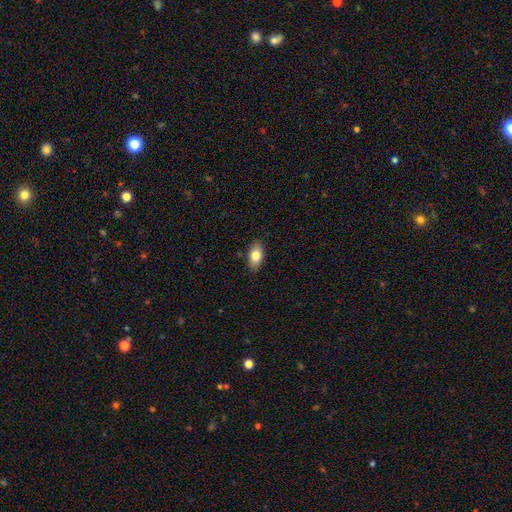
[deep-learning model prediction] This is clearly a smooth galaxy (82%). How rounded: clearly in between (90%). Merging: clearly none (86%).